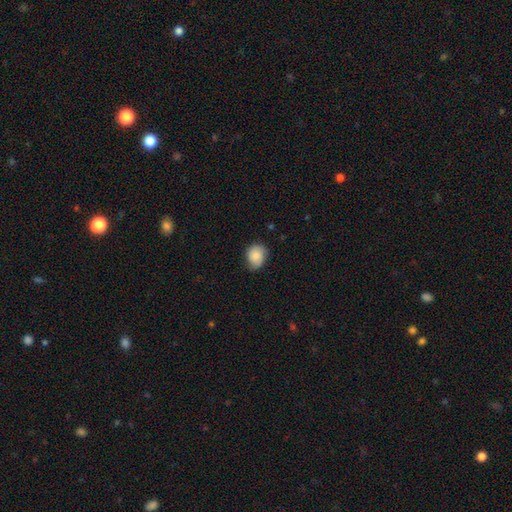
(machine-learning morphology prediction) Q: Smooth or featured?
A: smooth (82%); runner-up: featured or disk (11%)
Q: How rounded?
A: round (62%); runner-up: in between (38%)
Q: Merging?
A: none (68%); runner-up: minor disturbance (26%)